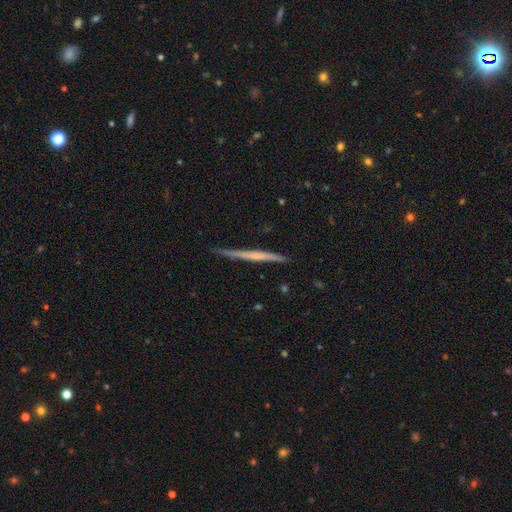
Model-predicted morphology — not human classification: Q: Smooth or featured?
A: featured or disk (57%); runner-up: smooth (38%)
Q: Edge-on disk?
A: yes (98%); runner-up: no (2%)
Q: Edge-on bulge?
A: none (77%); runner-up: rounded (16%)
Q: Merging?
A: none (86%); runner-up: minor disturbance (11%)